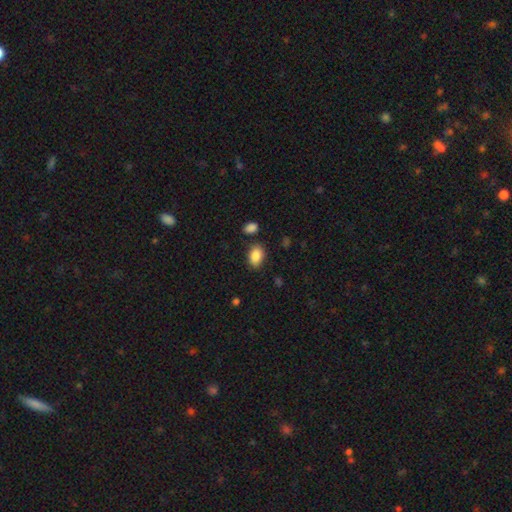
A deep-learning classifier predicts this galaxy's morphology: Smooth or featured? smooth (88%)
How rounded? in between (84%)
Merging? none (80%)